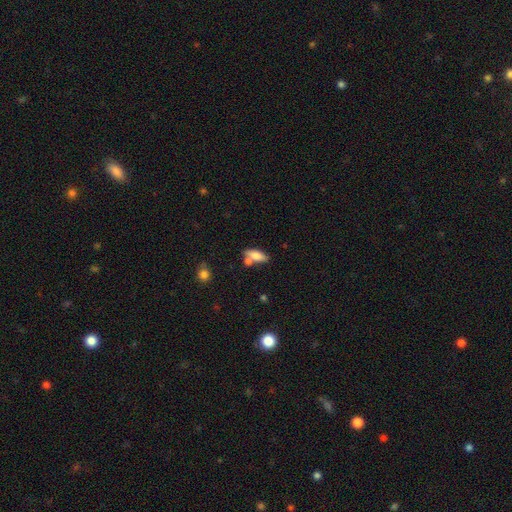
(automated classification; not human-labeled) Overall: smooth (75%). How rounded: in between (72%). Merging: none (57%; merger 24%).